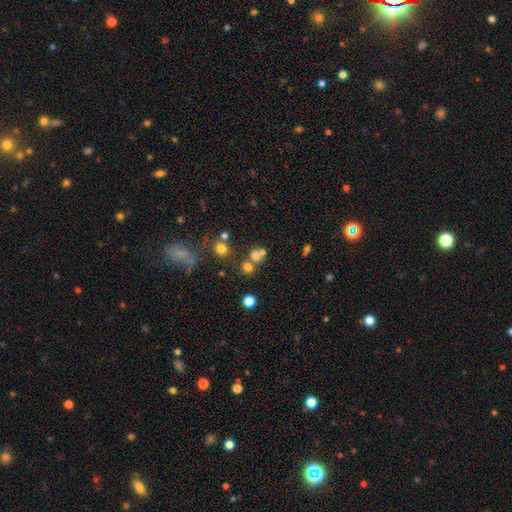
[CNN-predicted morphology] Overall: smooth (66%). How rounded: round (83%). Merging: none (52%; merger 37%).